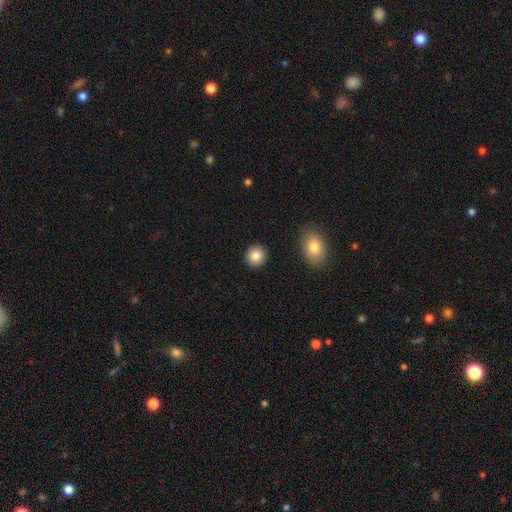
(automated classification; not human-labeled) smooth 87%, star or artifact 8%, featured or disk 5%. Down the decision tree: how rounded — round (85%); merging — none (90%).